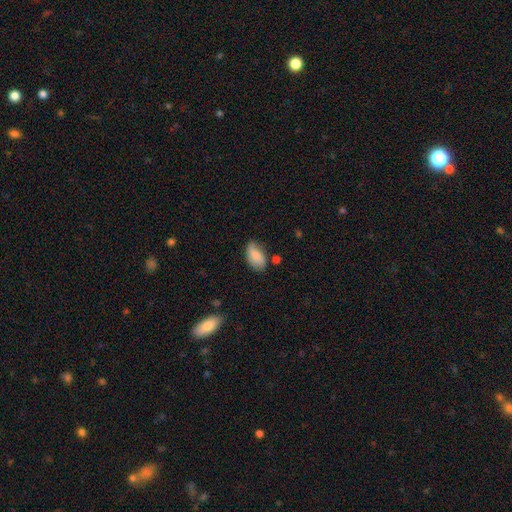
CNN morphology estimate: Overall: smooth (78%). How rounded: in between (93%). Merging: none (58%; minor disturbance 31%).